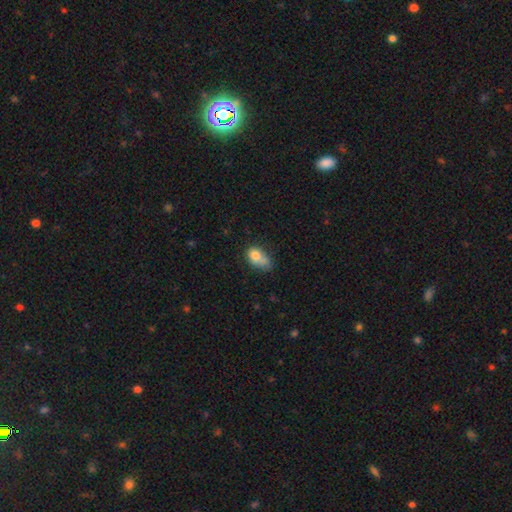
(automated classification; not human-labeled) smooth 75%, featured or disk 15%, star or artifact 10%. Down the decision tree: how rounded — in between (78%); merging — minor disturbance (31%).